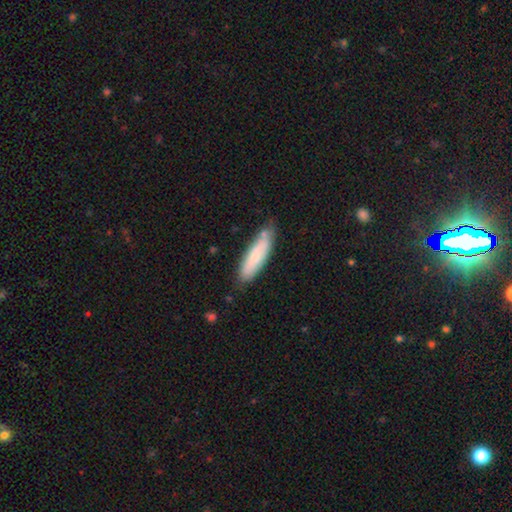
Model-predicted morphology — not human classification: A smooth galaxy with no disk features (74%) that is cigar-shaped (64%).

Vote fractions:
- Smooth or featured? smooth: 74% / featured or disk: 20% / star or artifact: 6%
- How rounded? cigar-shaped: 64% / in between: 34% / round: 1%
- Merging? none: 70% / minor disturbance: 22% / merger: 4% / major disturbance: 4%